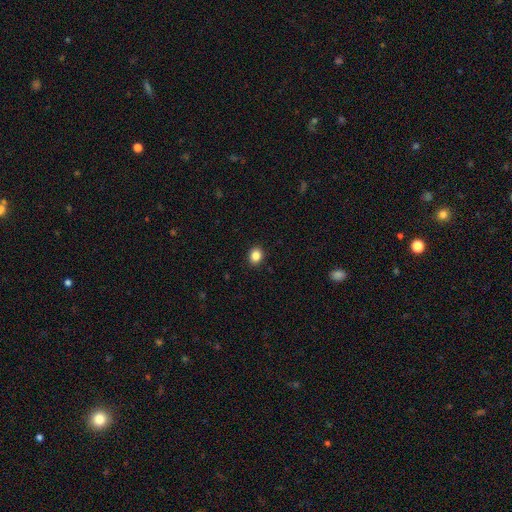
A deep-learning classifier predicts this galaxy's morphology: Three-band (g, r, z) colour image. It shows a smooth galaxy with no disk features (86%) that is round (60%). Merging: none (92%).